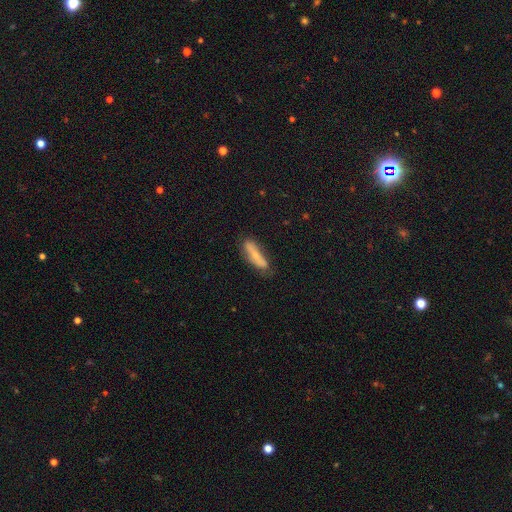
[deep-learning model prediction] smooth-or-featured: smooth: 54% | featured or disk: 39% | star or artifact: 7%
  how-rounded: cigar-shaped: 64% | in between: 34% | round: 2%
  merging: none: 65% | minor disturbance: 24% | major disturbance: 7% | merger: 3%